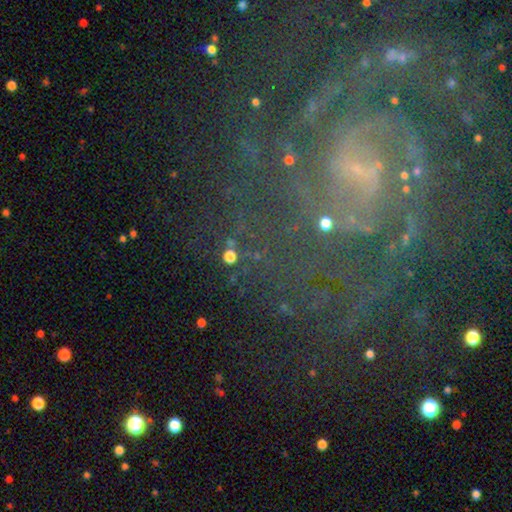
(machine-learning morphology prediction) smooth-or-featured: featured or disk: 82% | star or artifact: 12% | smooth: 6%
  disk-edge-on: no: 98% | yes: 2%
    bar: weak: 46% | no: 34% | strong: 20%
    has-spiral-arms: yes: 96% | no: 4%
      spiral-winding: tight: 58% | medium: 34% | loose: 8%
      spiral-arm-count: 2: 31% | can't tell: 27% | 3: 15% | 4: 10% | more than 4: 9% | 1: 8%
    bulge-size: small: 58% | none: 26% | moderate: 13% | large: 2% | dominant: 1%
  merging: none: 69% | minor disturbance: 15% | major disturbance: 13% | merger: 3%